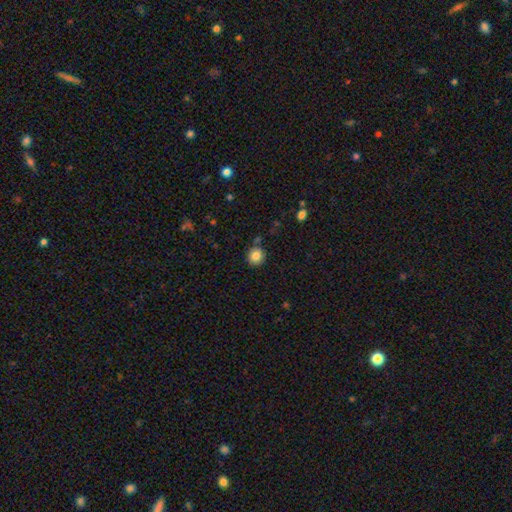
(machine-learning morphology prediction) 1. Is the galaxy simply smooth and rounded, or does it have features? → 85% smooth, 10% star or artifact, 5% featured or disk.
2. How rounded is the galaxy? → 88% round, 11% in between, 1% cigar-shaped.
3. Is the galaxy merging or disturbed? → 83% none, 9% minor disturbance, 5% merger, 3% major disturbance.